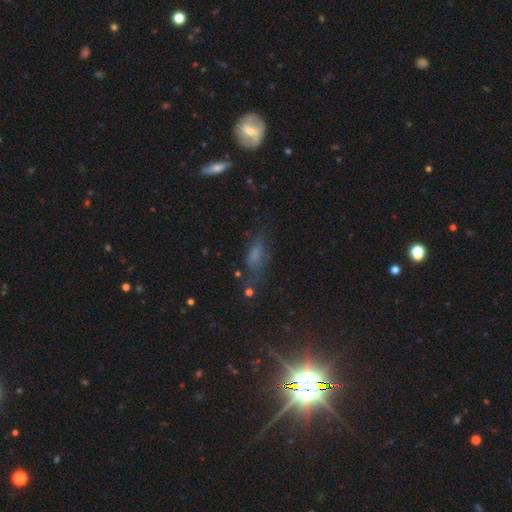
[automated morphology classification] smooth_or_featured: smooth (p=0.48) [alt: star or artifact p=0.26]
merging: none (p=0.55) [alt: minor disturbance p=0.24]